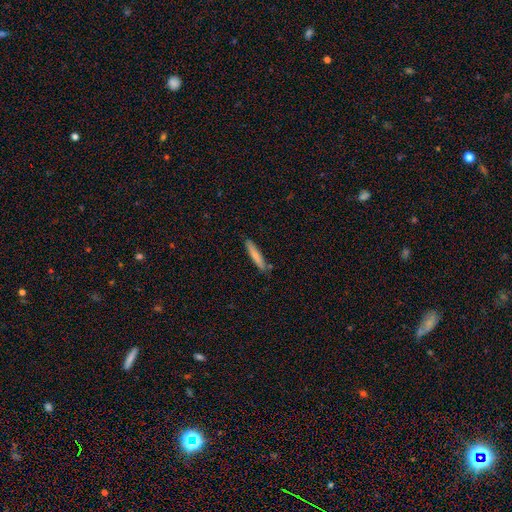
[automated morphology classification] This is likely a smooth galaxy (74%). How rounded: clearly cigar-shaped (90%). Merging: clearly none (83%).